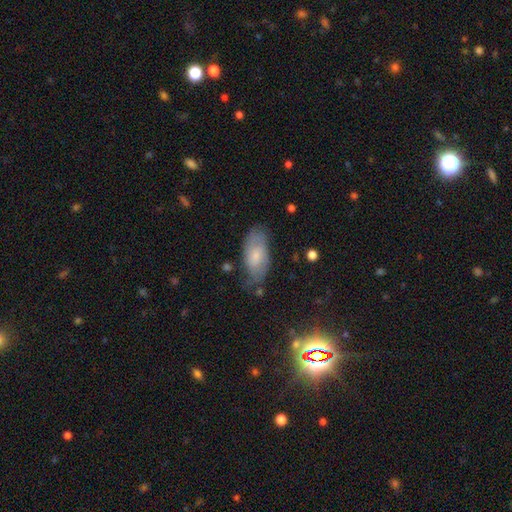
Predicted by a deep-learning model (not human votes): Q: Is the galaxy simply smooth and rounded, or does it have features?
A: smooth — 59%.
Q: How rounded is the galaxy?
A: in between — 90%.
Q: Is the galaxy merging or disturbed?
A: none — 63%.